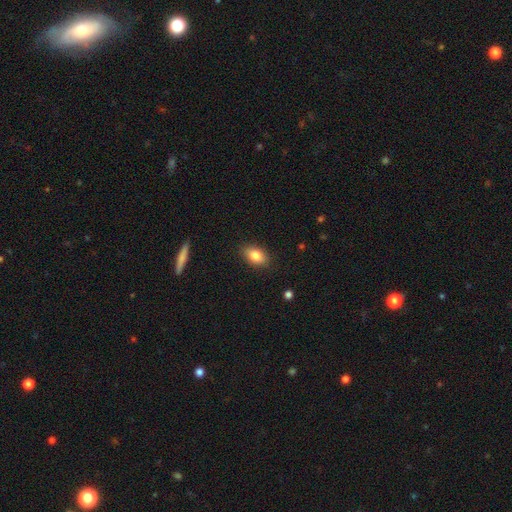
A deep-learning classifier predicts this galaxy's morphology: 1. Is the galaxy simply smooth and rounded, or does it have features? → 83% smooth, 9% featured or disk, 8% star or artifact.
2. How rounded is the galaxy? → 87% in between, 11% round, 2% cigar-shaped.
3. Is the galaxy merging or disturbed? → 87% none, 9% minor disturbance, 2% major disturbance, 1% merger.